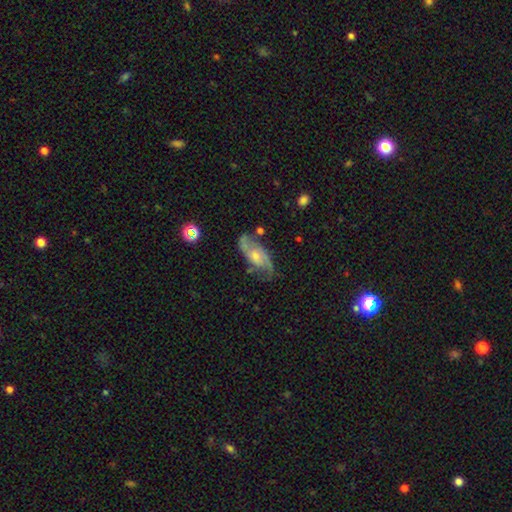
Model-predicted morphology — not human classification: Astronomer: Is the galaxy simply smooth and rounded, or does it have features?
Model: featured or disk — 81%.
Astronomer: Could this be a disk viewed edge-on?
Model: no — 94%.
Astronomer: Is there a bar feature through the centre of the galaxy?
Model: no — 62%.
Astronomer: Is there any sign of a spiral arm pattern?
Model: yes — 94%.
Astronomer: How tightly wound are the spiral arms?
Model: medium — 43% (runner-up: loose, 41%).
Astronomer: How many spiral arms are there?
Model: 2 — 86%.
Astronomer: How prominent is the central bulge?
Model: small — 51% (runner-up: moderate, 42%).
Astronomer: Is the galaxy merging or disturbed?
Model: none — 68%.